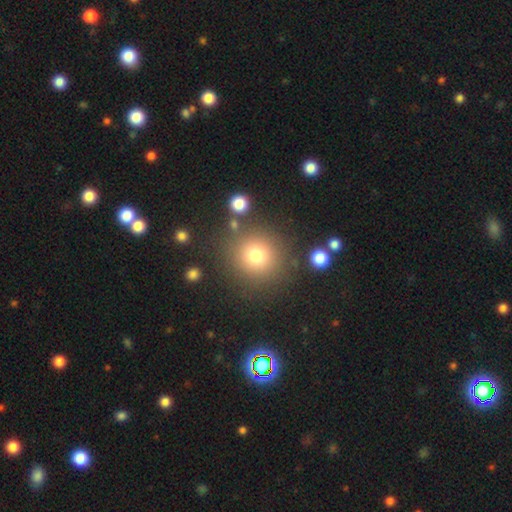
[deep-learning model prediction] A smooth galaxy with no disk features (77%) that is round (93%). Merging: none (83%).